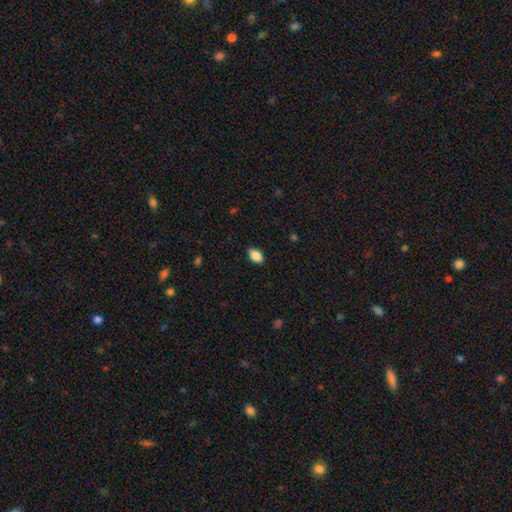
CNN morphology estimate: A smooth galaxy with no disk features (88%) that is in between round and cigar-shaped (90%).

Vote fractions:
- Smooth or featured? smooth: 88% / star or artifact: 8% / featured or disk: 4%
- How rounded? in between: 90% / round: 9% / cigar-shaped: 2%
- Merging? none: 88% / minor disturbance: 9% / major disturbance: 2% / merger: 1%